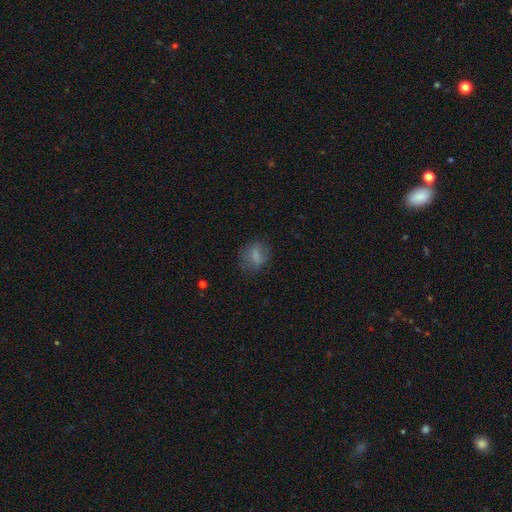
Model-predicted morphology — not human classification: smooth 76%, featured or disk 13%, star or artifact 10%. Down the decision tree: how rounded — in between (50%); merging — none (72%).